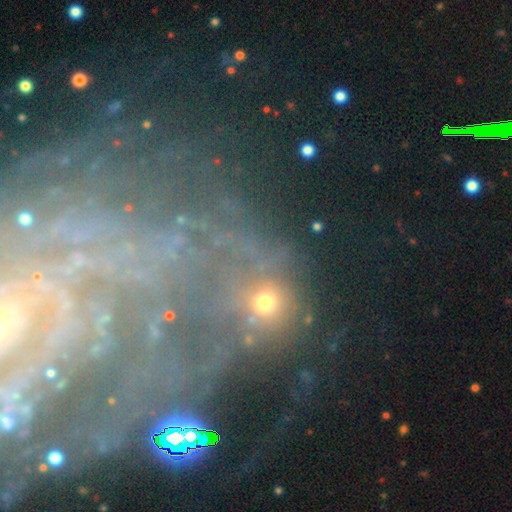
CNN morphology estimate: This is possibly a featured or disk galaxy (54%). It is clearly not viewed edge-on (94%). Bar: likely no (66%). Spiral arm pattern: likely yes (72%). Central bulge: possibly small (46%). Merging: possibly none (58%).